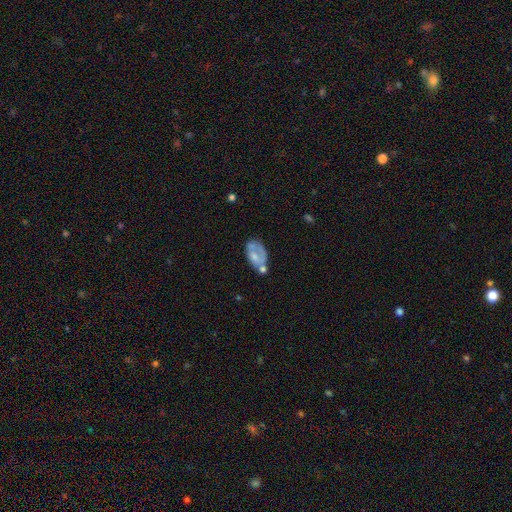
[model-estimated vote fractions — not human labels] The model was most divided on "smooth or featured": featured or disk: 48%, smooth: 44%, star or artifact: 8%. Remaining: merging — none (36%).